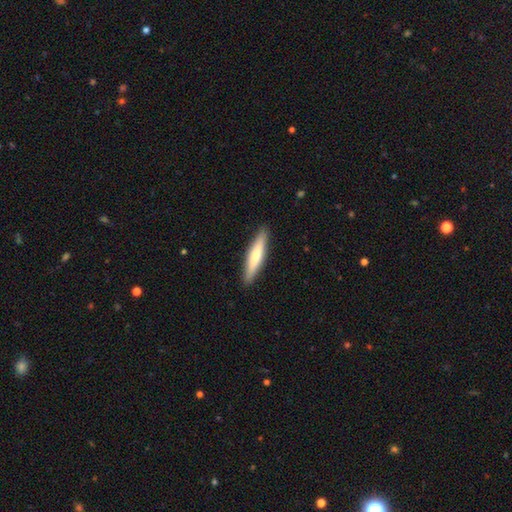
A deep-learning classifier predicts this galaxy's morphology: This appears to be a smooth galaxy with no disk features (65%) that is cigar-shaped (89%). Merging: none (91%).